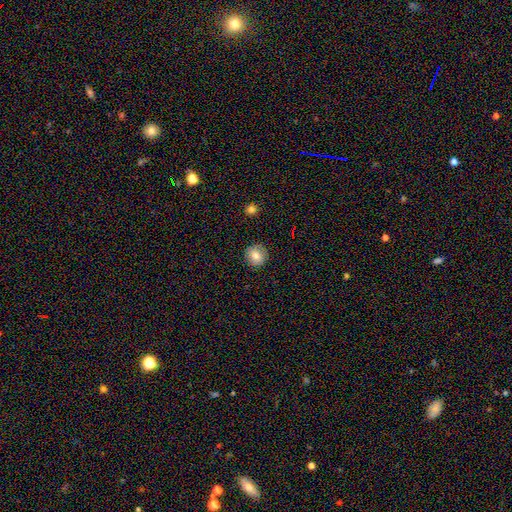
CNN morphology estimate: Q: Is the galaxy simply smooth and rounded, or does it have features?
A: smooth — 76%.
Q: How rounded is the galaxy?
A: round — 92%.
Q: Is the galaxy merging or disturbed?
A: none — 89%.